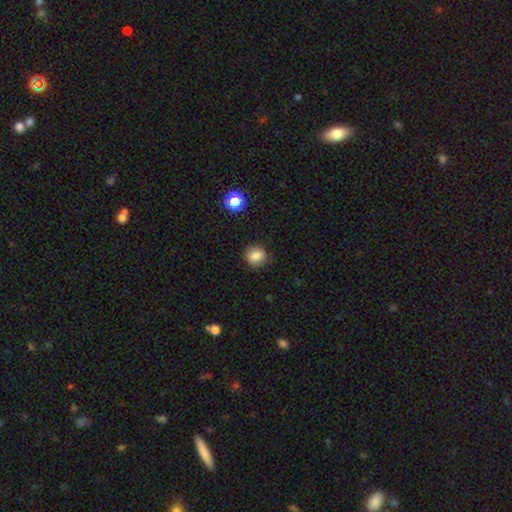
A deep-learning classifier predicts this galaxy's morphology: smooth 82%, star or artifact 11%, featured or disk 7%. Down the decision tree: how rounded — round (81%); merging — none (83%).